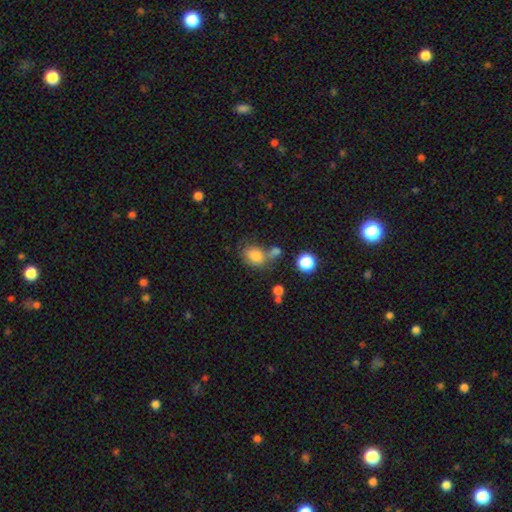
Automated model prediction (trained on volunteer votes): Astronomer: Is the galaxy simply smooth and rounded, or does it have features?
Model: smooth — 79%.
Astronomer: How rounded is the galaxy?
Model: in between — 67%.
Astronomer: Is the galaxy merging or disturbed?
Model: none — 49%.